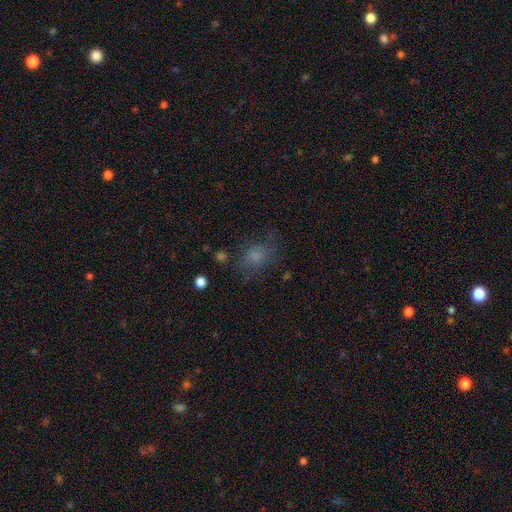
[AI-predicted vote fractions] smooth 66%, featured or disk 17%, star or artifact 17%. Down the decision tree: how rounded — in between (56%); merging — none (61%).